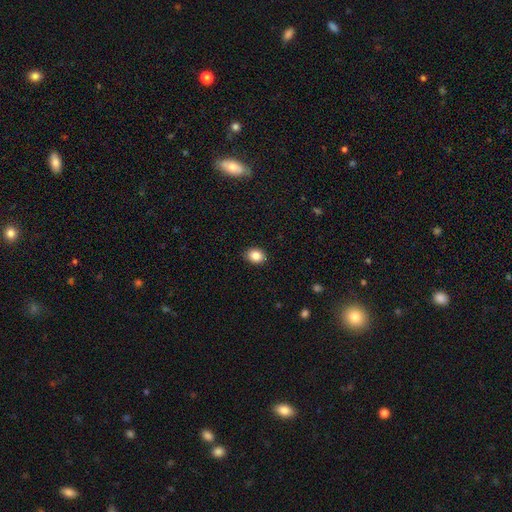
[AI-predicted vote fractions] Q: Smooth or featured?
A: smooth (86%); runner-up: star or artifact (9%)
Q: How rounded?
A: in between (60%); runner-up: round (39%)
Q: Merging?
A: none (89%); runner-up: minor disturbance (8%)